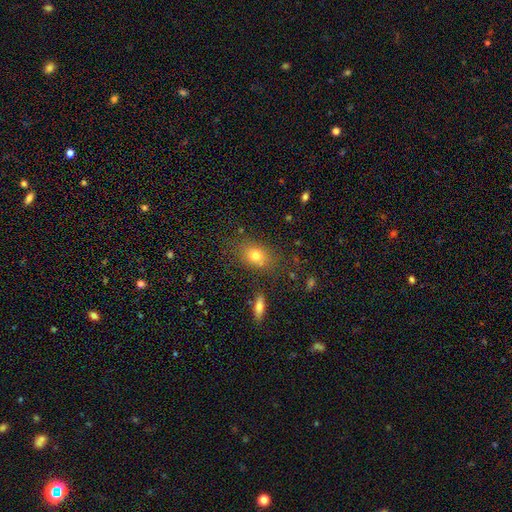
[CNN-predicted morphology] A smooth galaxy with no disk features (74%) that is in between round and cigar-shaped (62%).

Vote fractions:
- Smooth or featured? smooth: 74% / star or artifact: 13% / featured or disk: 12%
- How rounded? in between: 62% / round: 35% / cigar-shaped: 2%
- Merging? none: 75% / minor disturbance: 14% / merger: 6% / major disturbance: 5%